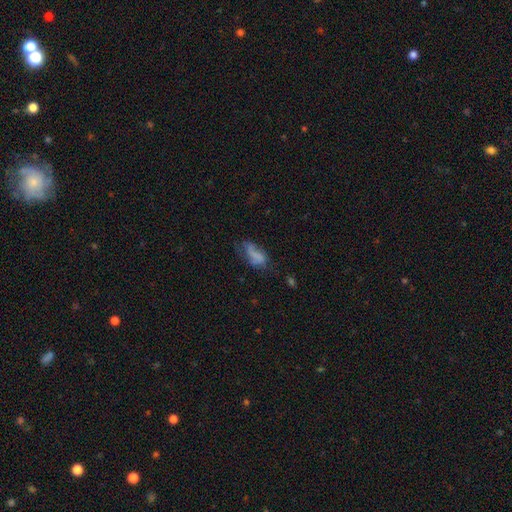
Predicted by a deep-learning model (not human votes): This is possibly a smooth galaxy (56%). How rounded: clearly in between (86%). Merging: marginally none (35%).